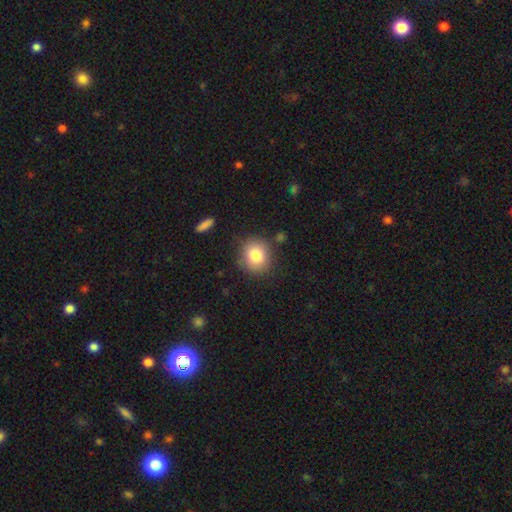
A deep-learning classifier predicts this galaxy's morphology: type=smooth (80%); roundness=round (80%); merging=none (83%).